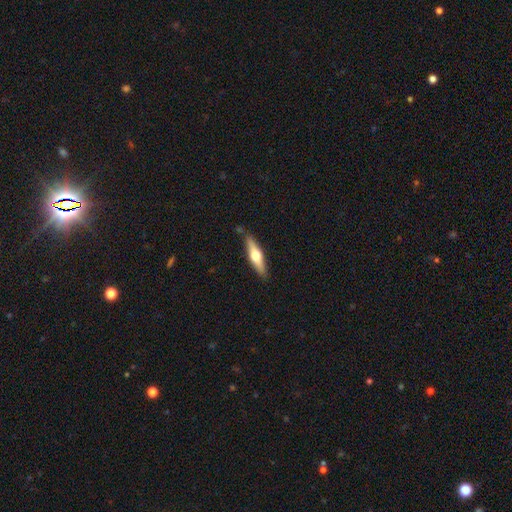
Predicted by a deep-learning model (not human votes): smooth-or-featured: featured or disk: 53% | smooth: 42% | star or artifact: 5%
  disk-edge-on: yes: 93% | no: 7%
  merging: none: 86% | minor disturbance: 10% | merger: 2% | major disturbance: 2%